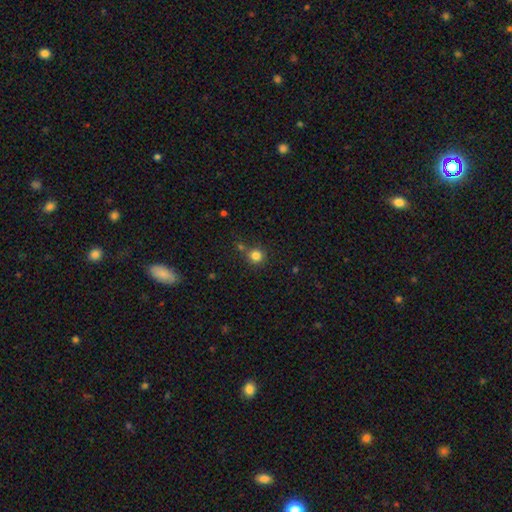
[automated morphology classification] Smooth or featured? smooth (82%)
How rounded? round (92%)
Merging? none (74%)